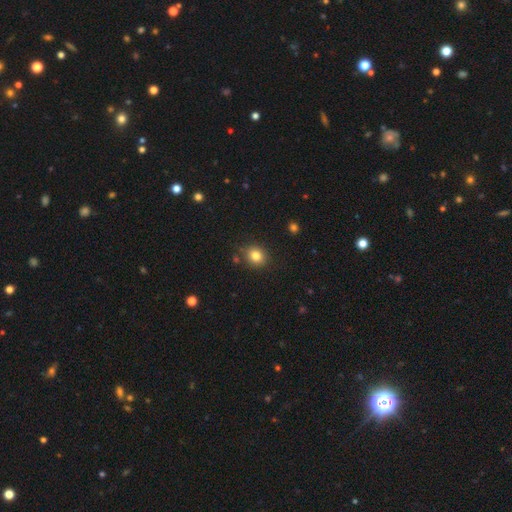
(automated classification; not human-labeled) smooth-or-featured: smooth: 82% | star or artifact: 11% | featured or disk: 7%
  how-rounded: round: 78% | in between: 21% | cigar-shaped: 1%
  merging: none: 84% | minor disturbance: 10% | merger: 3% | major disturbance: 3%